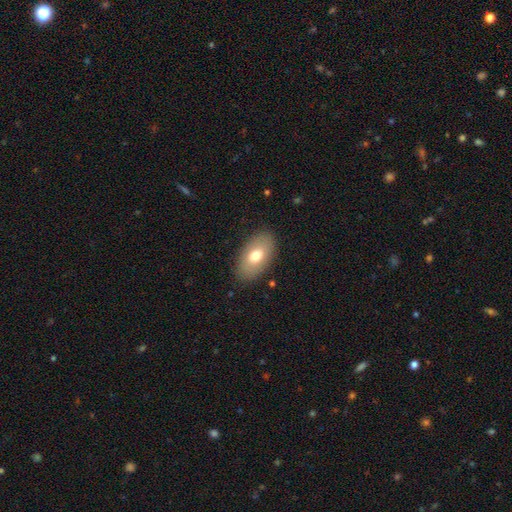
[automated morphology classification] Overall: smooth (72%). How rounded: in between (93%). Merging: none (86%).